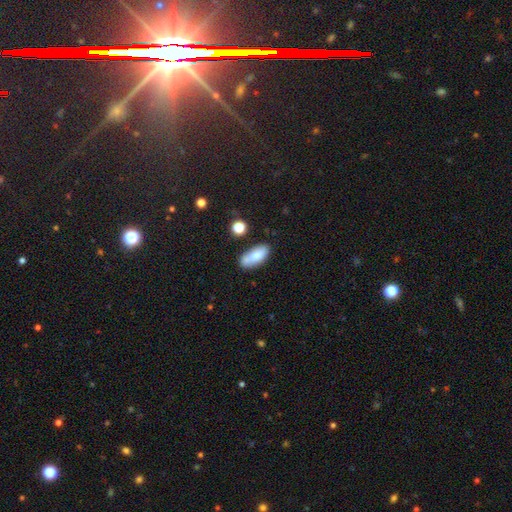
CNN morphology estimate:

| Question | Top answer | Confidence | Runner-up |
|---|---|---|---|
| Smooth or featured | smooth | 80% | featured or disk (13%) |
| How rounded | in between | 80% | cigar-shaped (17%) |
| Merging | none | 63% | minor disturbance (20%) |